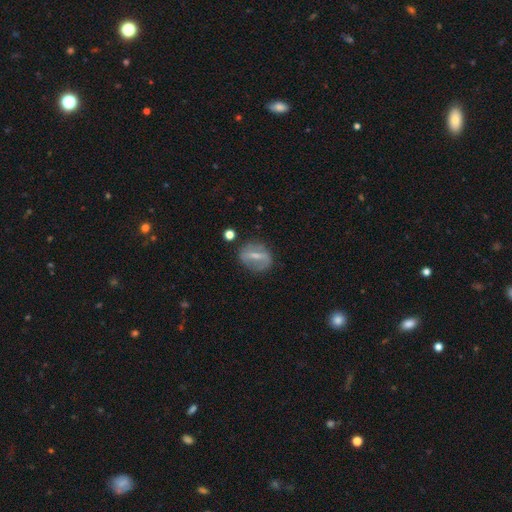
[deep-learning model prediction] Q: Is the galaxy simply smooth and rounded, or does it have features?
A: featured or disk — 56%.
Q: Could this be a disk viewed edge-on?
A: no — 87%.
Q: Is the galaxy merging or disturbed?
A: none — 74%.